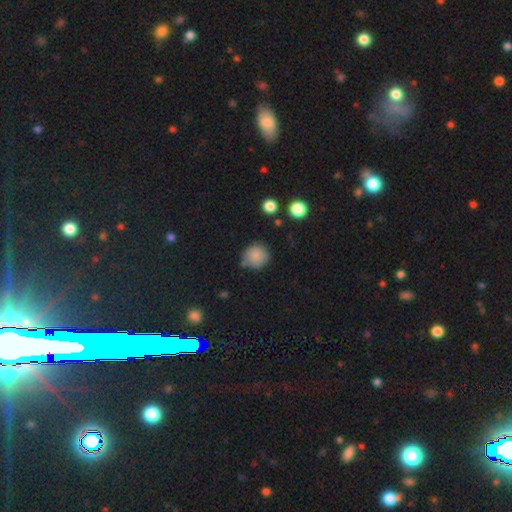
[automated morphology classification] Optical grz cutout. It shows a smooth galaxy with no disk features (85%) that is round (90%). Merging: none (71%).